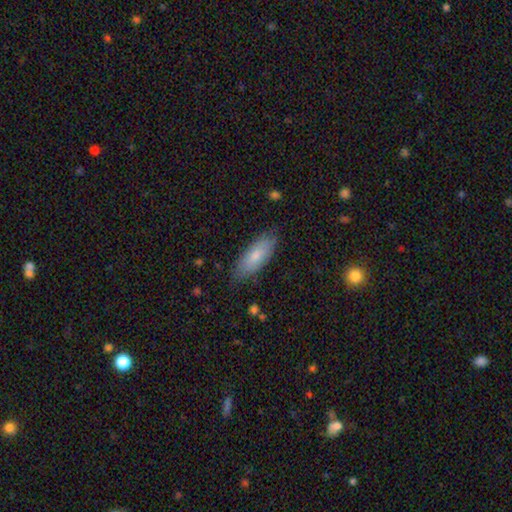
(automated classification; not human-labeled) smooth_or_featured: smooth (p=0.76) [alt: featured or disk p=0.18]
how_rounded: in between (p=0.72) [alt: cigar-shaped p=0.27]
merging: none (p=0.80) [alt: minor disturbance p=0.16]